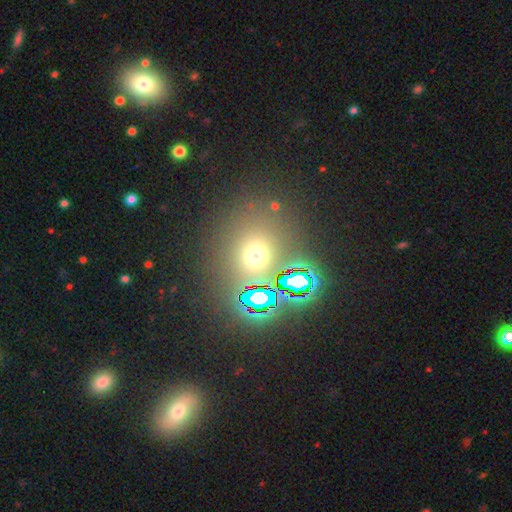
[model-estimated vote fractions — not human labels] Smooth or featured: smooth — 58% (star or artifact — 33%)
How rounded: round — 71% (in between — 28%)
Merging: none — 77% (minor disturbance — 10%)